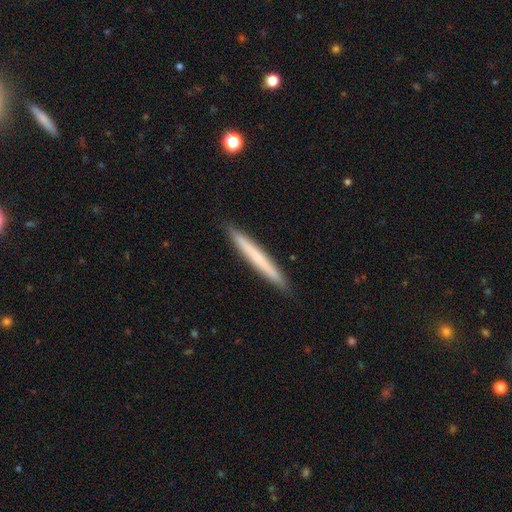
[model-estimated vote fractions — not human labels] A smooth galaxy with no disk features (62%) that is cigar-shaped (97%). Merging: none (92%).